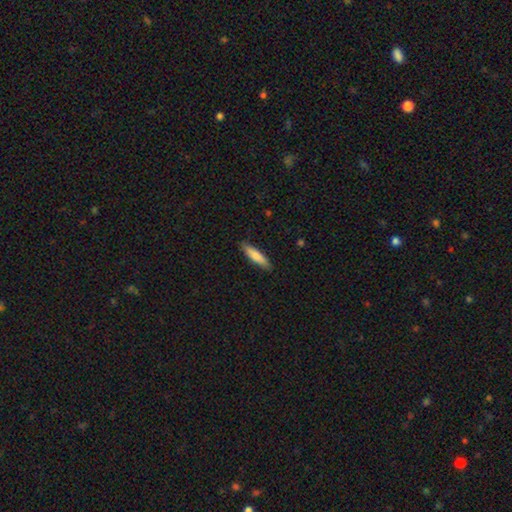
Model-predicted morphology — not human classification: Smooth or featured?
  - smooth: 76% *
  - featured or disk: 19%
  - star or artifact: 5%
How rounded?
  - cigar-shaped: 76% *
  - in between: 22%
  - round: 1%
Merging?
  - none: 87% *
  - minor disturbance: 10%
  - major disturbance: 2%
  - merger: 1%